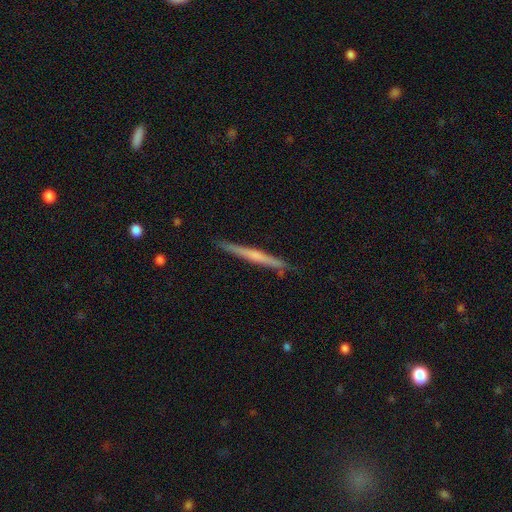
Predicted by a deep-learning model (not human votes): Overall: featured or disk (55%; smooth 39%). Edge-on disk: yes (98%). Edge-on bulge: none (59%; rounded 32%). Merging: none (89%).